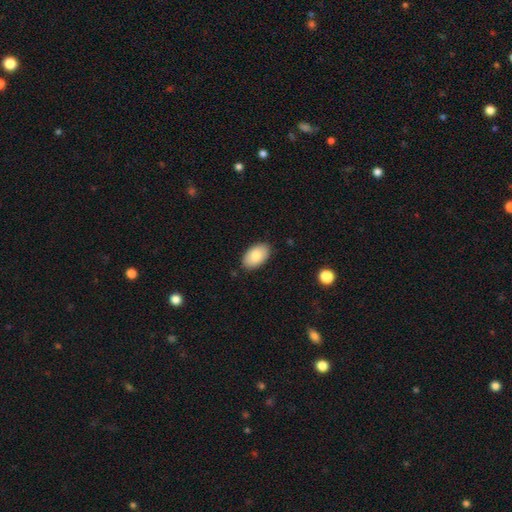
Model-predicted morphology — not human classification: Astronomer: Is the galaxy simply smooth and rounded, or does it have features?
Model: smooth — 84%.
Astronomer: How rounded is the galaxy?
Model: in between — 94%.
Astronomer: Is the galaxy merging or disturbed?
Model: none — 87%.